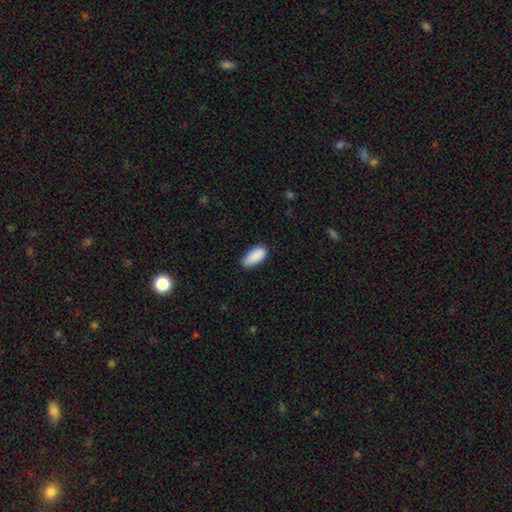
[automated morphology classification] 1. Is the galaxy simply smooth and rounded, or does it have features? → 89% smooth, 7% star or artifact, 4% featured or disk.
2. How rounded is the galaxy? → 89% in between, 9% cigar-shaped, 2% round.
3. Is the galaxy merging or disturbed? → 70% none, 25% minor disturbance, 4% major disturbance, 1% merger.